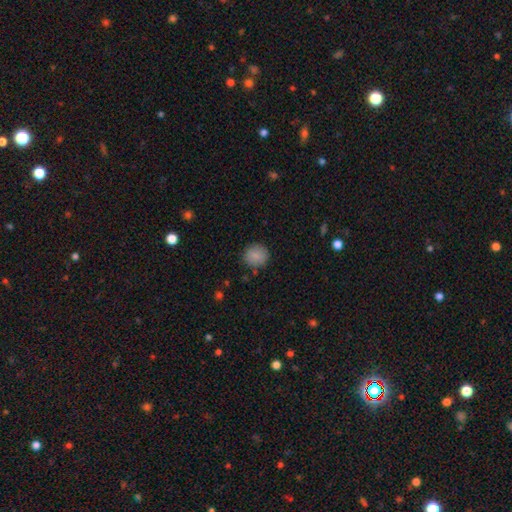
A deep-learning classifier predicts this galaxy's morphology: smooth-or-featured: smooth: 86% | star or artifact: 9% | featured or disk: 5%
  how-rounded: round: 90% | in between: 9% | cigar-shaped: 1%
  merging: none: 88% | minor disturbance: 9% | major disturbance: 3% | merger: 1%